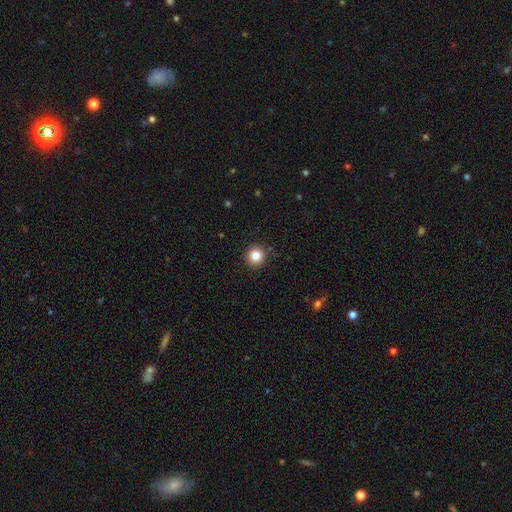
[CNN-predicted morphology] A smooth galaxy with no disk features (83%) that is round (94%).

Vote fractions:
- Smooth or featured? smooth: 83% / star or artifact: 11% / featured or disk: 6%
- How rounded? round: 94% / in between: 5% / cigar-shaped: 1%
- Merging? none: 91% / minor disturbance: 6% / major disturbance: 2% / merger: 1%